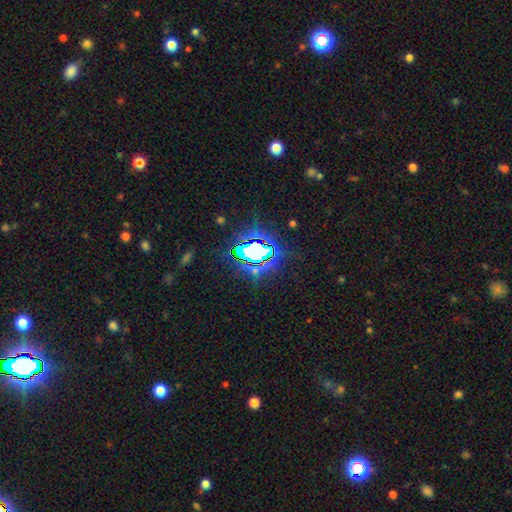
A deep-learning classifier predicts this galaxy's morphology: smooth_or_featured: star or artifact (p=0.69) [alt: smooth p=0.17]